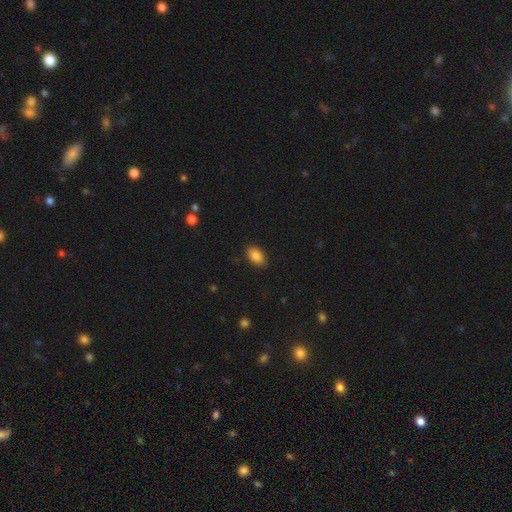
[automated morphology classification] Q: Smooth or featured?
A: smooth (87%); runner-up: star or artifact (8%)
Q: How rounded?
A: in between (92%); runner-up: round (6%)
Q: Merging?
A: none (87%); runner-up: minor disturbance (10%)